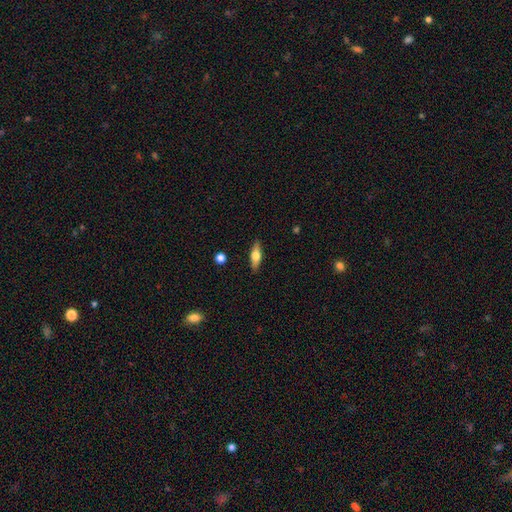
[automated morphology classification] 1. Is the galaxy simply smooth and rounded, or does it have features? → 53% smooth, 41% featured or disk, 7% star or artifact.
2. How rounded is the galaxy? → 49% in between, 47% cigar-shaped, 3% round.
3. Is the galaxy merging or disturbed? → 89% none, 8% minor disturbance, 2% major disturbance, 1% merger.